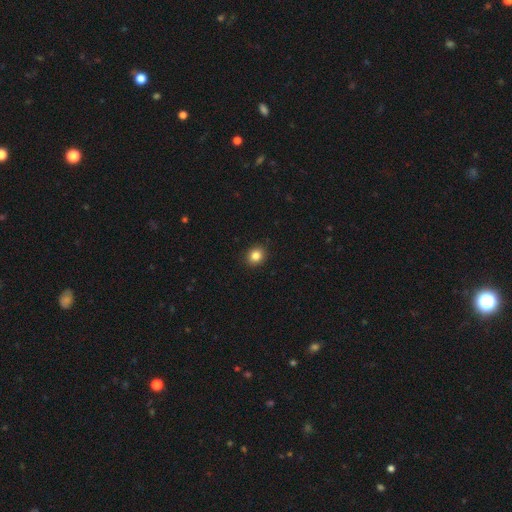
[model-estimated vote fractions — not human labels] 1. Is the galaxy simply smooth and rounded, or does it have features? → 84% smooth, 11% star or artifact, 5% featured or disk.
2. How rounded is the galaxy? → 74% round, 26% in between, 1% cigar-shaped.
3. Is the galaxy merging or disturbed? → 91% none, 6% minor disturbance, 2% major disturbance, 1% merger.